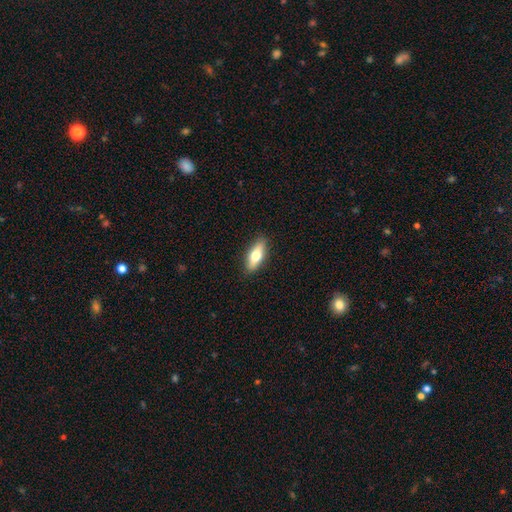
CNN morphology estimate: smooth-or-featured: smooth: 64% | featured or disk: 30% | star or artifact: 6%
  how-rounded: in between: 65% | cigar-shaped: 32% | round: 3%
  merging: none: 89% | minor disturbance: 8% | major disturbance: 2% | merger: 1%